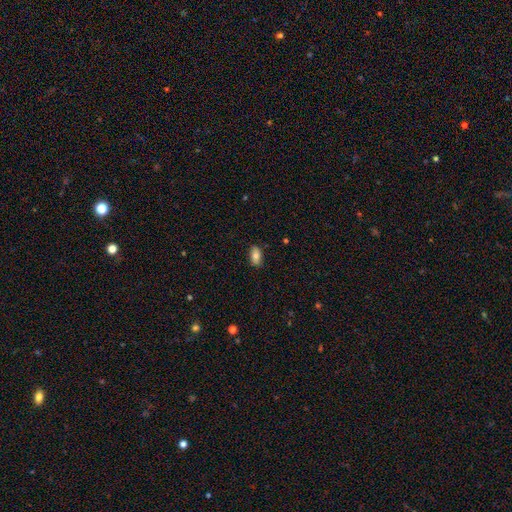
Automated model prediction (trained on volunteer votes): Morphology: type=smooth (79%); roundness=in between (91%); merging=none (86%).